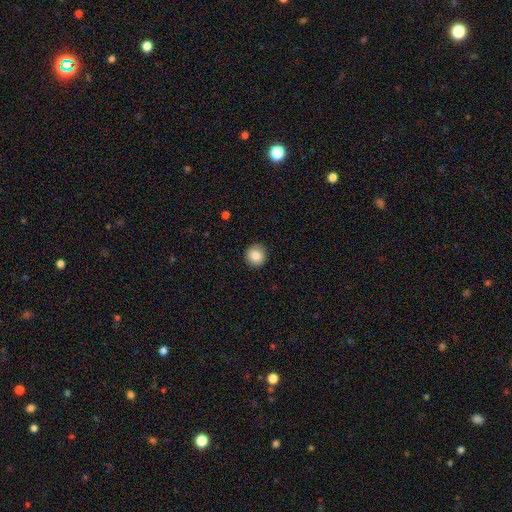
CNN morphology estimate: This is clearly a smooth galaxy (86%). How rounded: clearly round (92%). Merging: clearly none (90%).